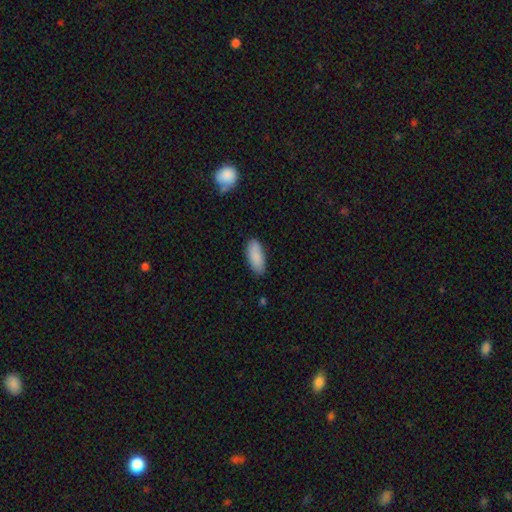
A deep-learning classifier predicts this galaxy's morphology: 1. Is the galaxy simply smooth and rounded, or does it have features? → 88% smooth, 6% featured or disk, 6% star or artifact.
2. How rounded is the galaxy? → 86% in between, 13% cigar-shaped, 2% round.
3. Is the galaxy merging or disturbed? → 85% none, 12% minor disturbance, 2% major disturbance, 1% merger.